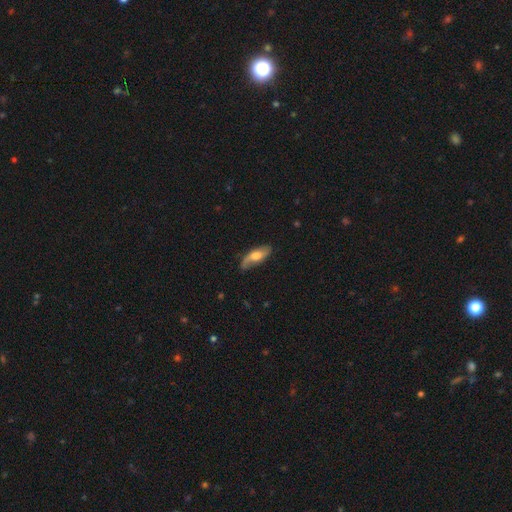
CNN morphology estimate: This appears to be a featured or disk galaxy (50%). Merging: none (69%).